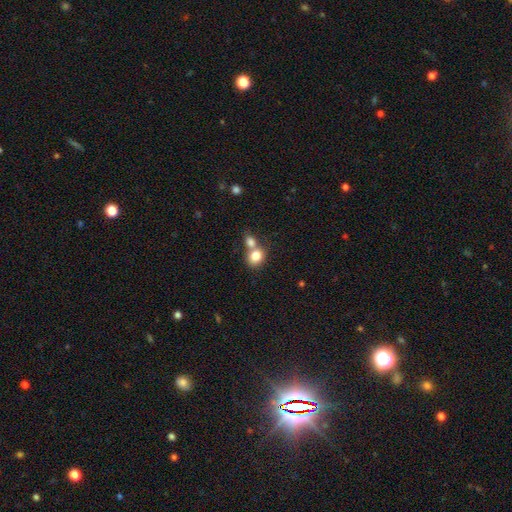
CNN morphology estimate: A smooth galaxy with no disk features (80%) that is round (61%). Merging: merger (53%).